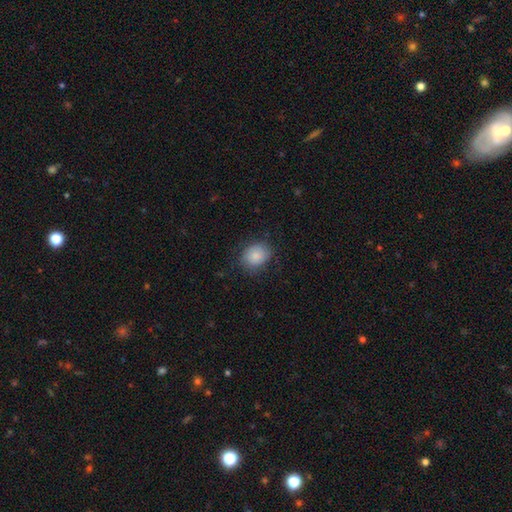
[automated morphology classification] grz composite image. It shows a smooth galaxy with no disk features (83%) that is round (56%). Merging: none (76%).